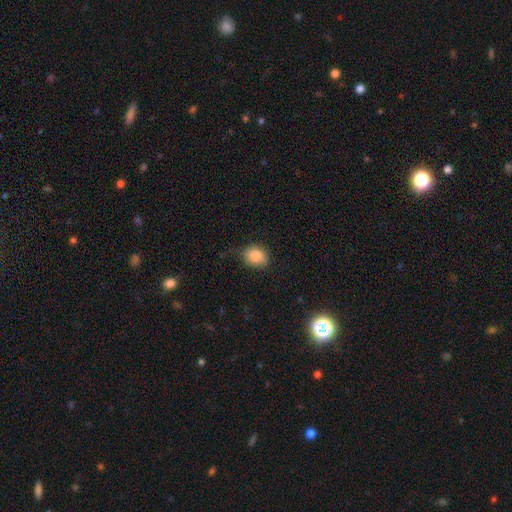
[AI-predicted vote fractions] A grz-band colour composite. It shows a smooth galaxy with no disk features (84%) that is round (54%). Merging: none (74%).